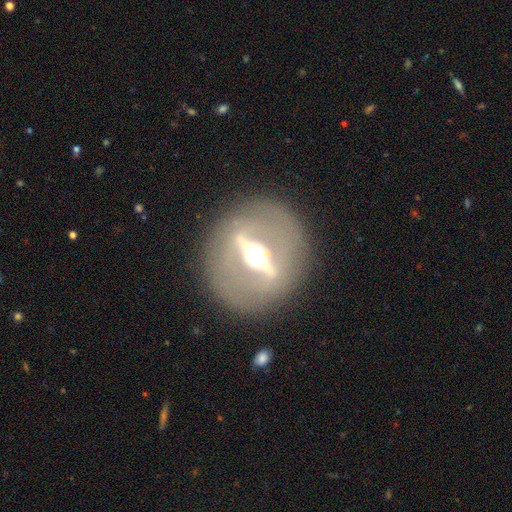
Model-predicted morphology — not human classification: Smooth or featured: featured or disk — 84% (smooth — 9%)
Edge-on disk: yes — 56% (no — 44%)
Merging: none — 86% (minor disturbance — 8%)